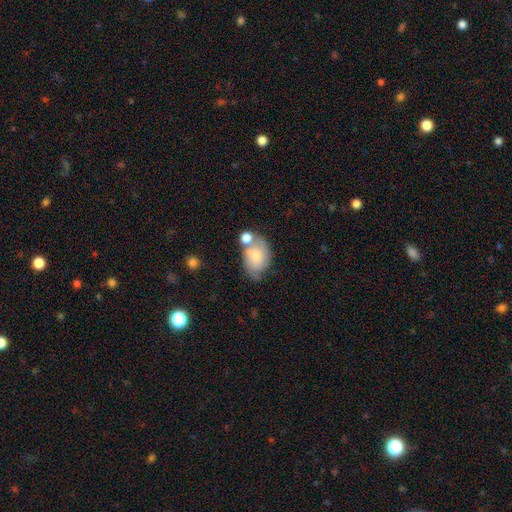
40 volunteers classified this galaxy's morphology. This is likely a smooth galaxy (65%). How rounded: likely in between (73%). Merging: marginally none (32%, tied with merger).